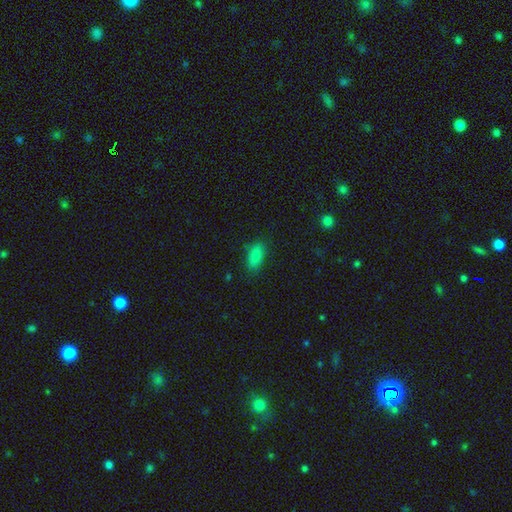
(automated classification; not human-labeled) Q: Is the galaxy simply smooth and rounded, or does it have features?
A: smooth — 83%.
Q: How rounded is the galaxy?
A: in between — 89%.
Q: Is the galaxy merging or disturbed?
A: none — 80%.